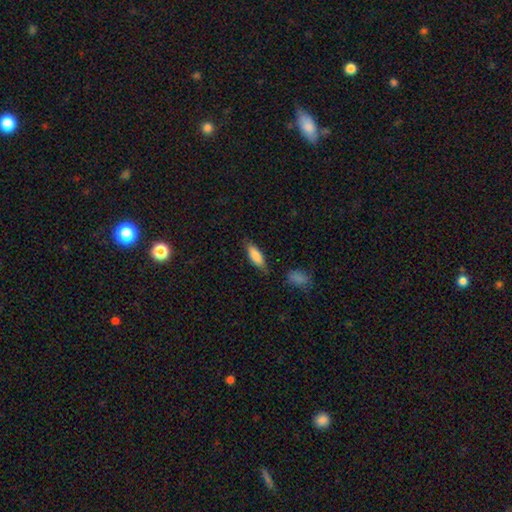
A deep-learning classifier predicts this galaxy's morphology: Smooth or featured?
  - smooth: 83% *
  - featured or disk: 11%
  - star or artifact: 6%
How rounded?
  - in between: 63% *
  - cigar-shaped: 35%
  - round: 2%
Merging?
  - none: 76% *
  - minor disturbance: 17%
  - major disturbance: 4%
  - merger: 4%